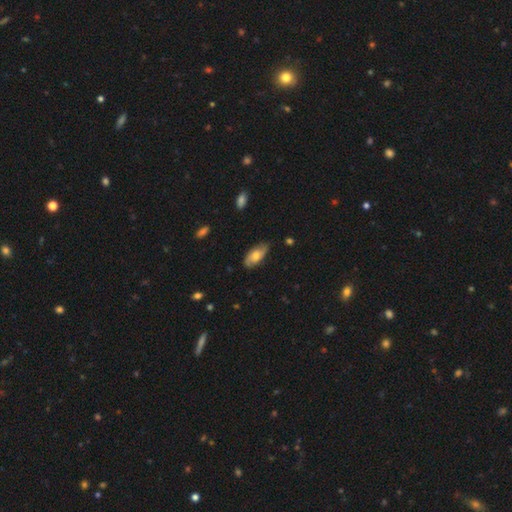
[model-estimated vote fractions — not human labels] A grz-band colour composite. It shows a featured or disk galaxy (48%). Merging: none (77%).